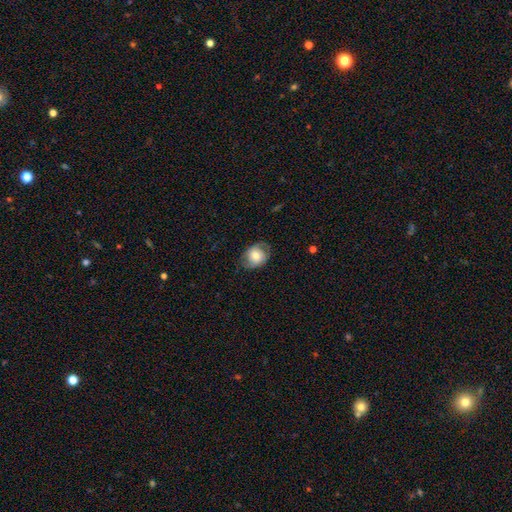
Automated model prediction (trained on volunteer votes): This is possibly a smooth galaxy (57%). How rounded: possibly in between (52%). Merging: likely none (68%).